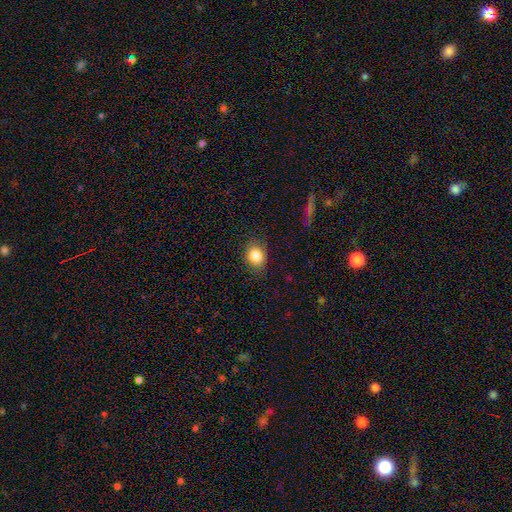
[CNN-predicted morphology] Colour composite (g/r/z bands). It shows a smooth galaxy with no disk features (85%) that is in between round and cigar-shaped (54%). Merging: none (83%).